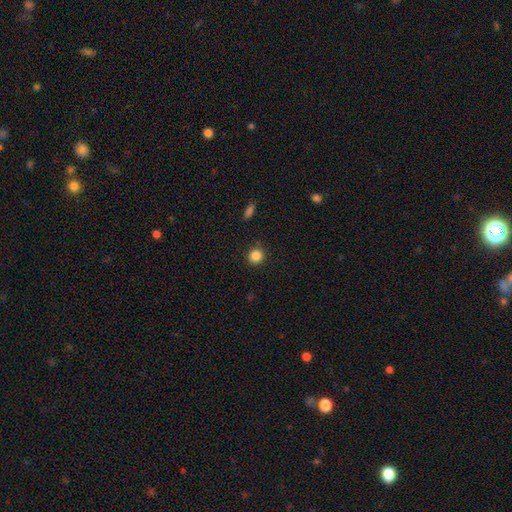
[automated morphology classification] smooth_or_featured: smooth (p=0.85) [alt: star or artifact p=0.11]
how_rounded: round (p=0.91) [alt: in between p=0.08]
merging: none (p=0.90) [alt: minor disturbance p=0.06]